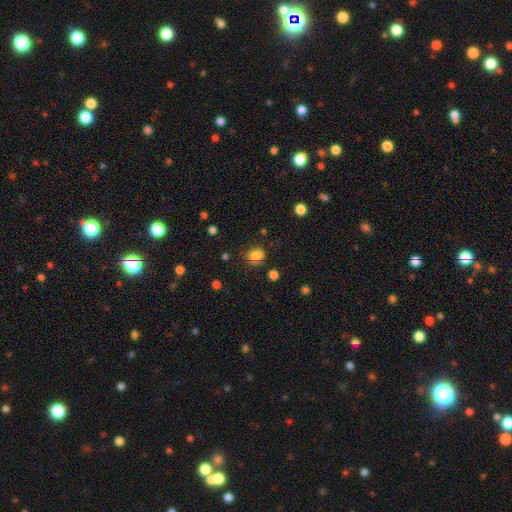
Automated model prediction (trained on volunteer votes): smooth_or_featured: smooth (p=0.79) [alt: star or artifact p=0.14]
how_rounded: in between (p=0.51) [alt: round p=0.47]
merging: none (p=0.63) [alt: minor disturbance p=0.21]